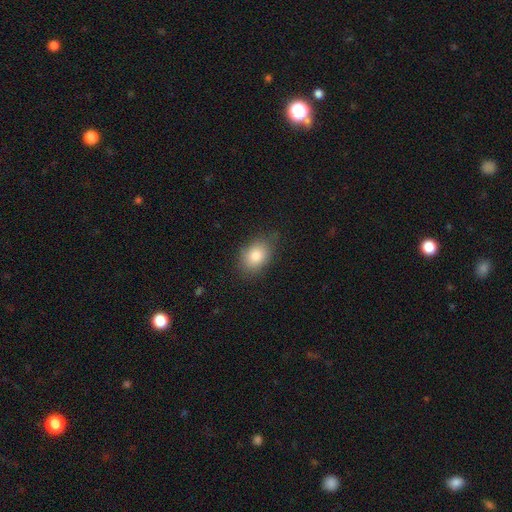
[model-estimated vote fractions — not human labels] A smooth galaxy with no disk features (82%) that is in between round and cigar-shaped (75%). Merging: none (75%).